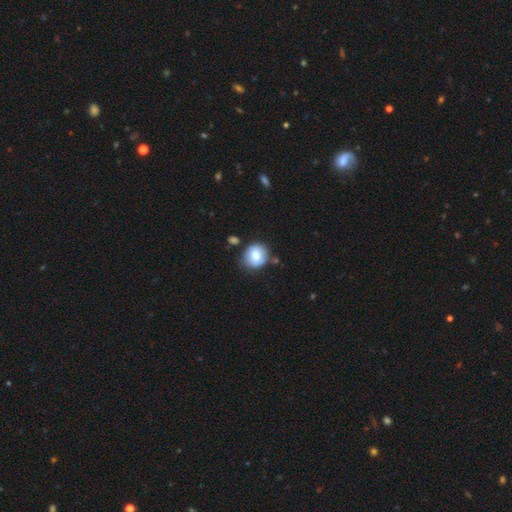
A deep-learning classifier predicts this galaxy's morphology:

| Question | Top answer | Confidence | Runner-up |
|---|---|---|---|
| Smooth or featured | smooth | 76% | featured or disk (16%) |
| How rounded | round | 82% | in between (17%) |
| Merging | none | 72% | minor disturbance (17%) |